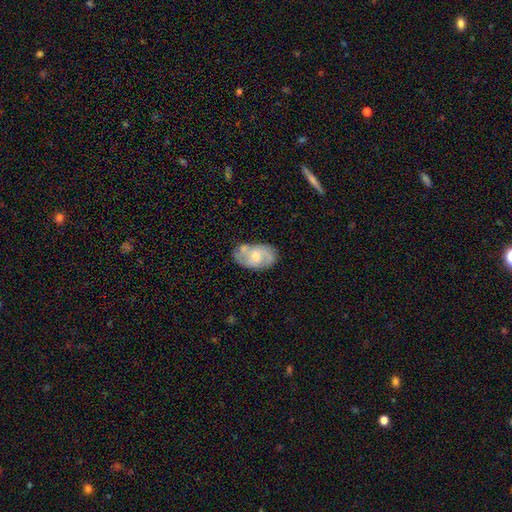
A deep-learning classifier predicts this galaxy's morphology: Overall: featured or disk (62%; smooth 32%). Edge-on disk: no (96%). Bar: no (61%; weak 34%). Spiral arms: yes (83%). Bulge size: small (50%; moderate 44%). Merging: none (60%; minor disturbance 21%).